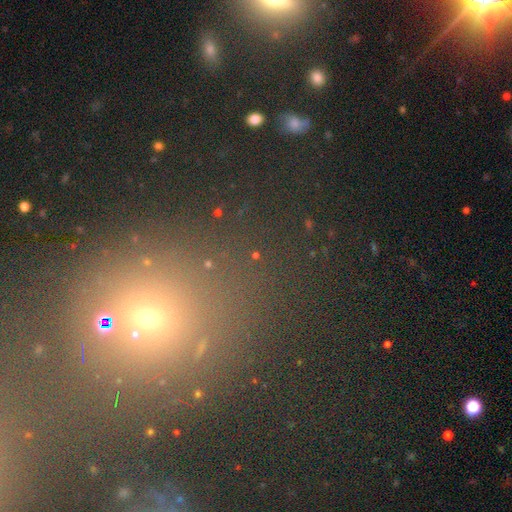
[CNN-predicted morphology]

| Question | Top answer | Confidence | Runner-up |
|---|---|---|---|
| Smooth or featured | star or artifact | 62% | smooth (27%) |